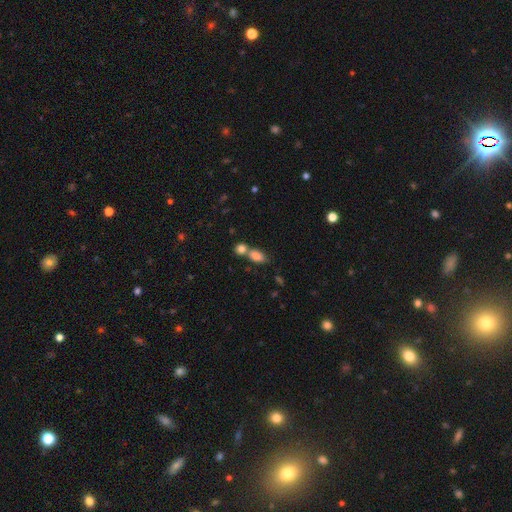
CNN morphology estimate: smooth 83%, star or artifact 9%, featured or disk 8%. Down the decision tree: how rounded — in between (85%); merging — merger (45%).